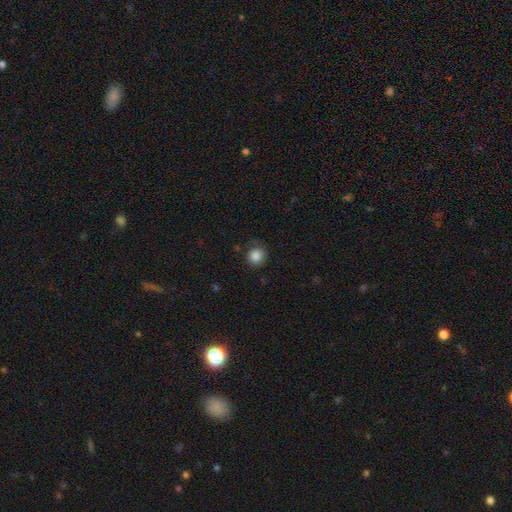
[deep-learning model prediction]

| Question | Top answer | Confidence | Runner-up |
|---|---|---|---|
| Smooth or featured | smooth | 85% | star or artifact (10%) |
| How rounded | round | 87% | in between (12%) |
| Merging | none | 77% | minor disturbance (17%) |